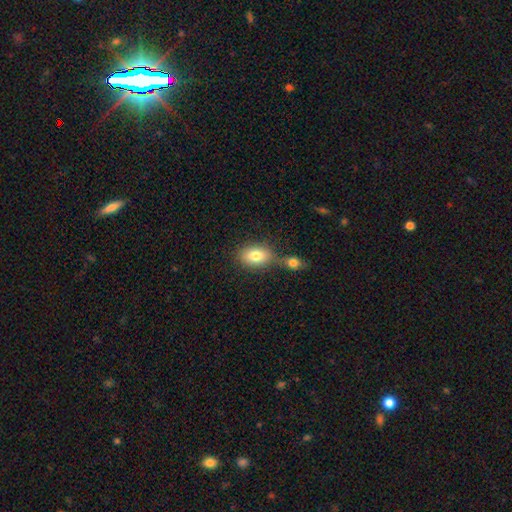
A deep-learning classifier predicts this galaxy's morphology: smooth 80%, featured or disk 12%, star or artifact 8%. Down the decision tree: how rounded — in between (82%); merging — none (54%).